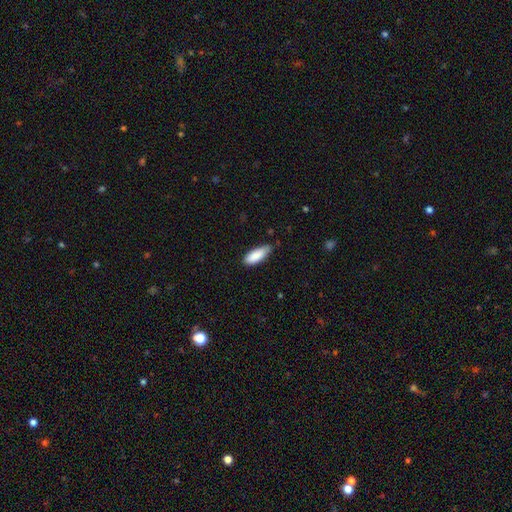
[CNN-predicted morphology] Smooth or featured? smooth (88%)
How rounded? in between (72%)
Merging? none (71%)